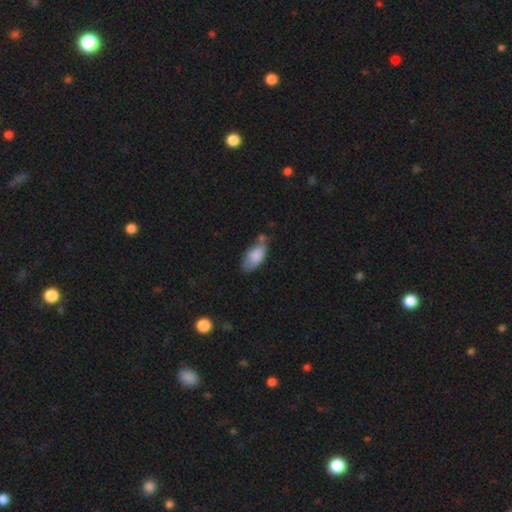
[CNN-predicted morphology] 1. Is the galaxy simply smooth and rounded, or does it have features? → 83% smooth, 11% featured or disk, 7% star or artifact.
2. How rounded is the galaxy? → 91% in between, 6% cigar-shaped, 3% round.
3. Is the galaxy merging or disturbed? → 45% none, 33% minor disturbance, 13% merger, 9% major disturbance.